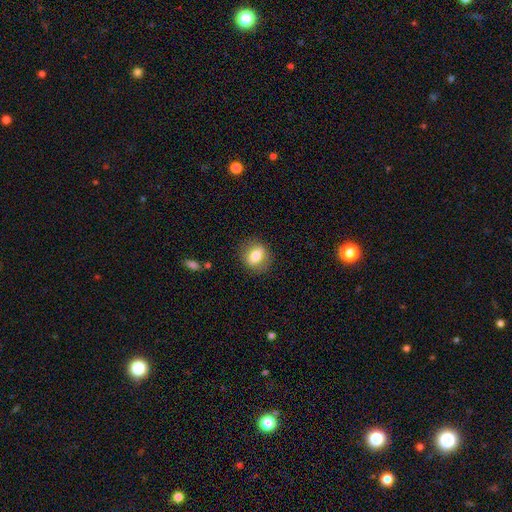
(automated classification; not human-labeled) A smooth galaxy with no disk features (71%) that is round (53%).

Vote fractions:
- Smooth or featured? smooth: 71% / featured or disk: 21% / star or artifact: 9%
- How rounded? round: 53% / in between: 44% / cigar-shaped: 3%
- Merging? none: 85% / minor disturbance: 10% / major disturbance: 3% / merger: 1%